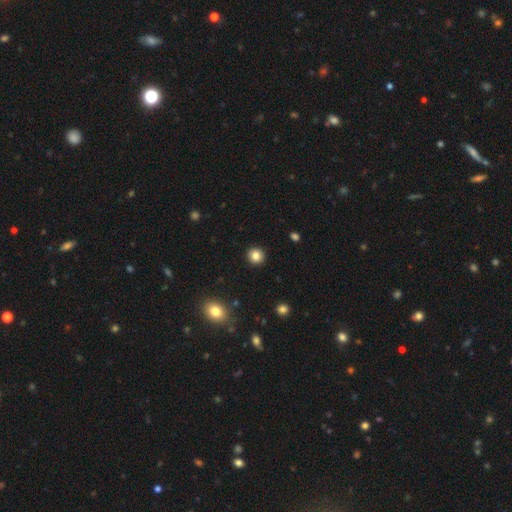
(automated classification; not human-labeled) A smooth galaxy with no disk features (84%) that is round (93%).

Vote fractions:
- Smooth or featured? smooth: 84% / star or artifact: 11% / featured or disk: 5%
- How rounded? round: 93% / in between: 6% / cigar-shaped: 1%
- Merging? none: 93% / minor disturbance: 4% / major disturbance: 2% / merger: 1%